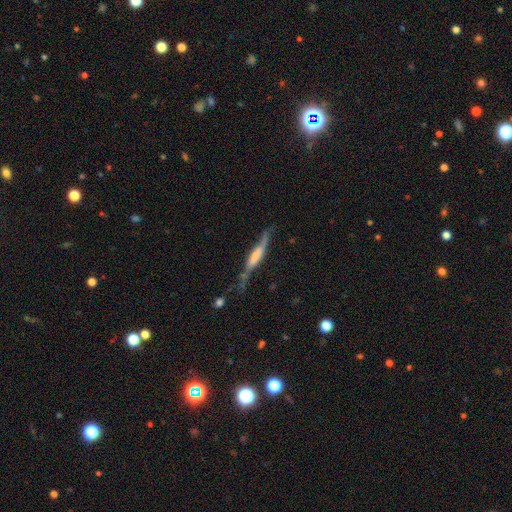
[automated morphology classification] A featured or disk galaxy (55%) viewed edge-on (83%). Merging: none (49%).